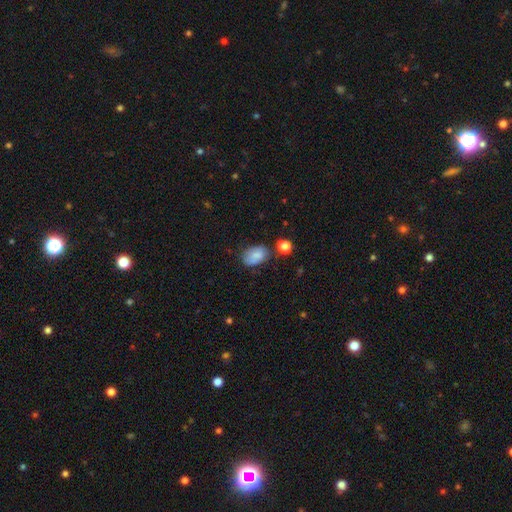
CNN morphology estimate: Smooth or featured: smooth — 79% (featured or disk — 12%)
How rounded: in between — 87% (round — 12%)
Merging: none — 64% (minor disturbance — 24%)